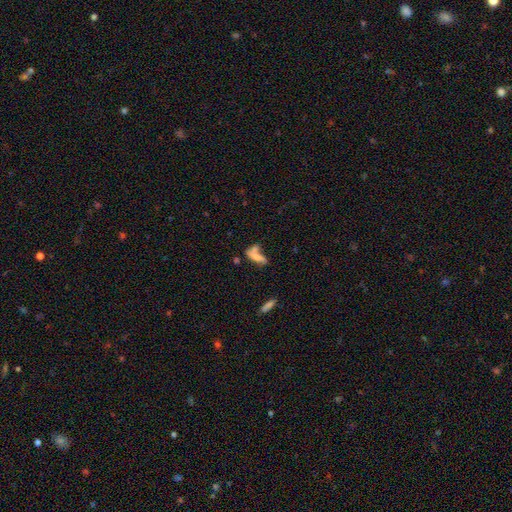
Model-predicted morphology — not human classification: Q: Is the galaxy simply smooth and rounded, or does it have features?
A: smooth — 63%.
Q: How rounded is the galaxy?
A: in between — 54%.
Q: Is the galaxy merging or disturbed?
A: merger — 42%.